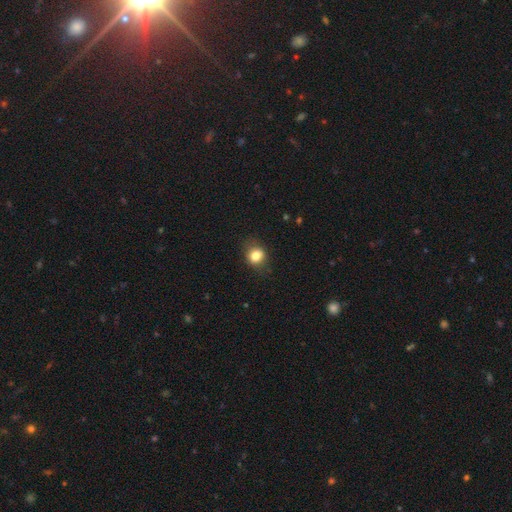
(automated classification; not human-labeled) Morphology: type=smooth (81%); roundness=round (59%); merging=none (78%).